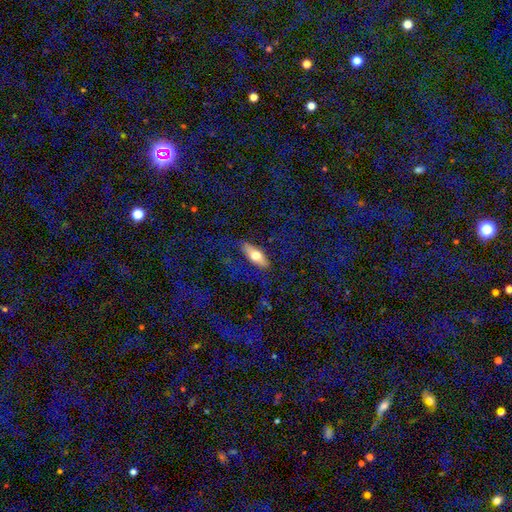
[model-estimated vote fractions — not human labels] Q: Smooth or featured?
A: smooth (61%); runner-up: featured or disk (32%)
Q: How rounded?
A: in between (62%); runner-up: cigar-shaped (35%)
Q: Merging?
A: none (78%); runner-up: minor disturbance (14%)